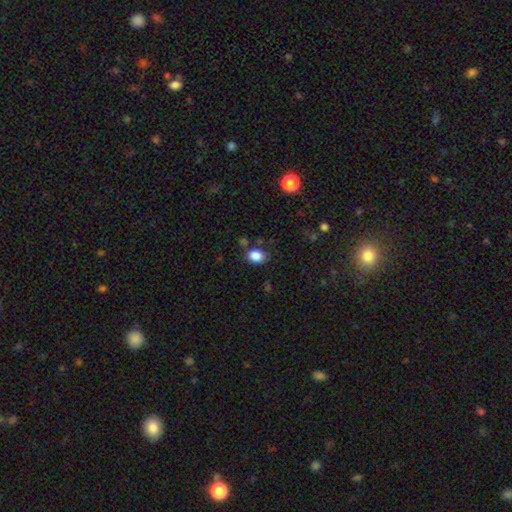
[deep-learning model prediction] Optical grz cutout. It shows a smooth galaxy with no disk features (86%) that is in between round and cigar-shaped (62%). Merging: none (78%).